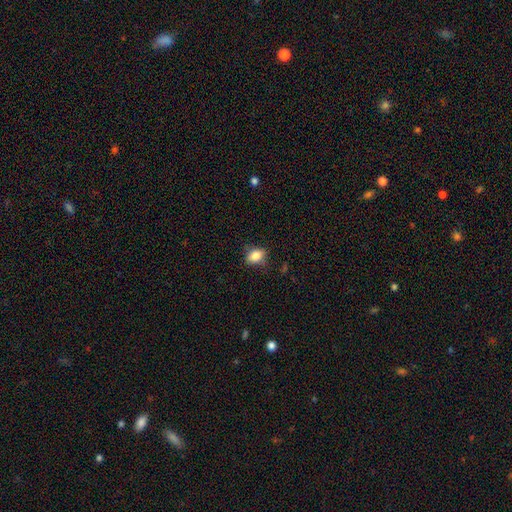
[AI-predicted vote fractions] A smooth galaxy with no disk features (83%) that is in between round and cigar-shaped (68%).

Vote fractions:
- Smooth or featured? smooth: 83% / star or artifact: 9% / featured or disk: 8%
- How rounded? in between: 68% / round: 30% / cigar-shaped: 2%
- Merging? none: 74% / minor disturbance: 20% / major disturbance: 5% / merger: 1%